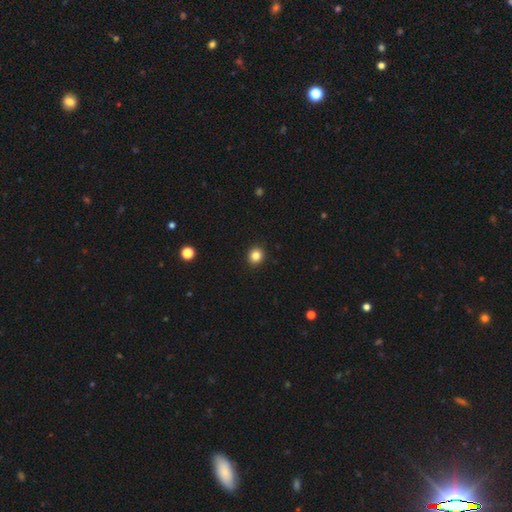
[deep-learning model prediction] Overall: smooth (84%). How rounded: round (81%). Merging: none (93%).